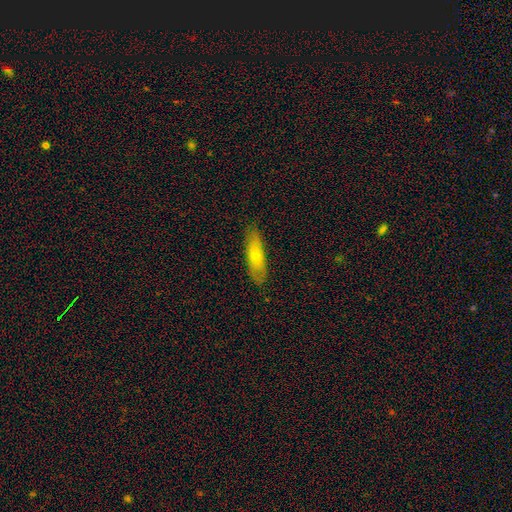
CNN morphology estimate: This appears to be a smooth galaxy with no disk features (58%) that is cigar-shaped (68%). Merging: none (86%).